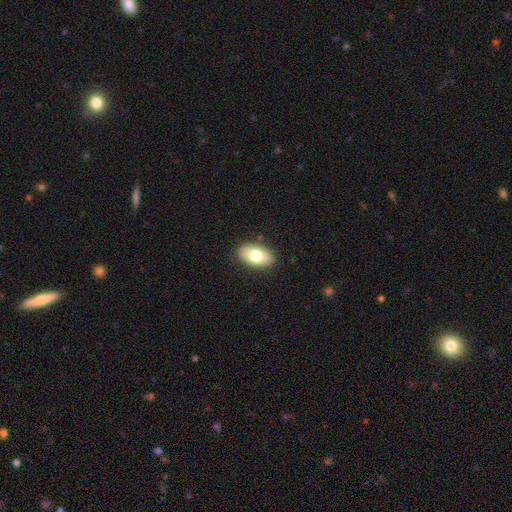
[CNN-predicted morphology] A smooth galaxy with no disk features (75%) that is in between round and cigar-shaped (93%). Merging: none (87%).